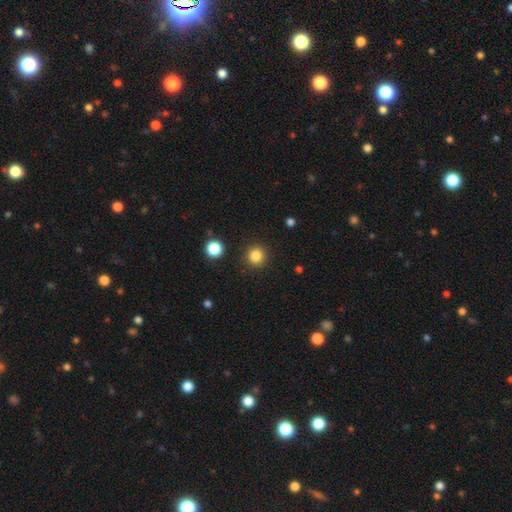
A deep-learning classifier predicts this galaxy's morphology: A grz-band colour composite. It shows a smooth galaxy with no disk features (84%) that is round (95%). Merging: none (91%).